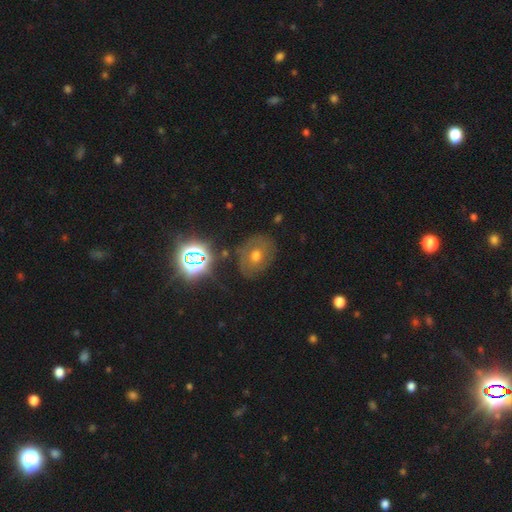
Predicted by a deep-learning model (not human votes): Smooth or featured?
  - smooth: 42% *
  - featured or disk: 36%
  - star or artifact: 22%
Merging?
  - none: 73% *
  - minor disturbance: 17%
  - major disturbance: 8%
  - merger: 3%